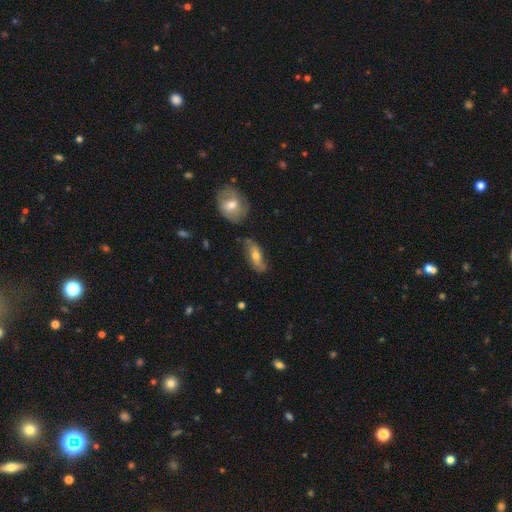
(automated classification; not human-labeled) Overall: featured or disk (52%; smooth 40%). Edge-on disk: no (72%). Merging: none (64%).